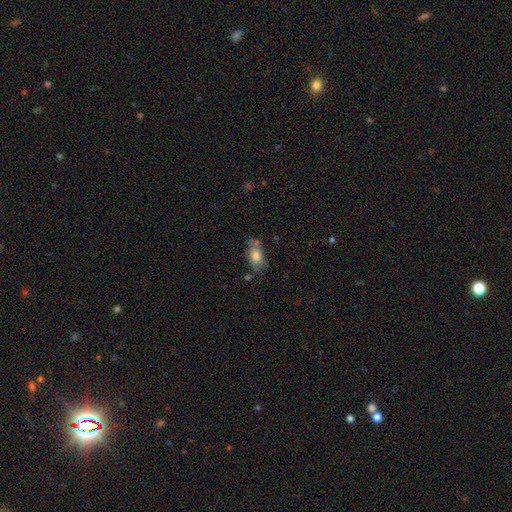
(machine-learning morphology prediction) The model was most divided on "merging": none: 59%, minor disturbance: 23%, merger: 11%, major disturbance: 7%. More confident: how rounded — in between (88%); smooth or featured — smooth (74%).